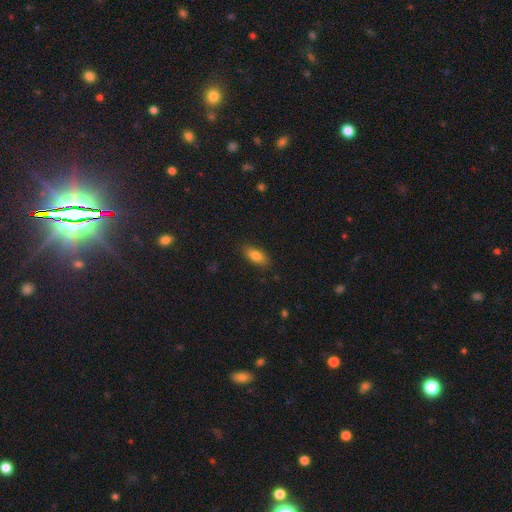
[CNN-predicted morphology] smooth 80%, featured or disk 12%, star or artifact 8%. Down the decision tree: how rounded — in between (85%); merging — none (86%).